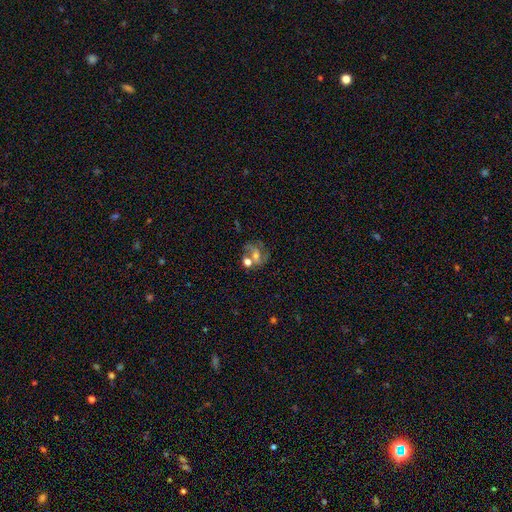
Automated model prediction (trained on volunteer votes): smooth_or_featured: featured or disk (p=0.55) [alt: smooth p=0.30]
disk_edge_on: no (p=0.97) [alt: yes p=0.03]
bar: no (p=0.49) [alt: weak p=0.37]
has_spiral_arms: yes (p=0.70) [alt: no p=0.30]
bulge_size: moderate (p=0.50) [alt: small p=0.32]
merging: none (p=0.44) [alt: merger p=0.28]